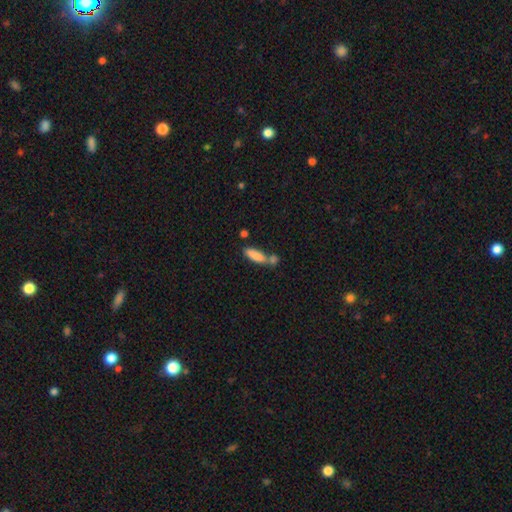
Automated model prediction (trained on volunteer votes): smooth_or_featured: smooth (p=0.83) [alt: featured or disk p=0.09]
how_rounded: cigar-shaped (p=0.53) [alt: in between p=0.45]
merging: merger (p=0.42) [alt: none p=0.40]